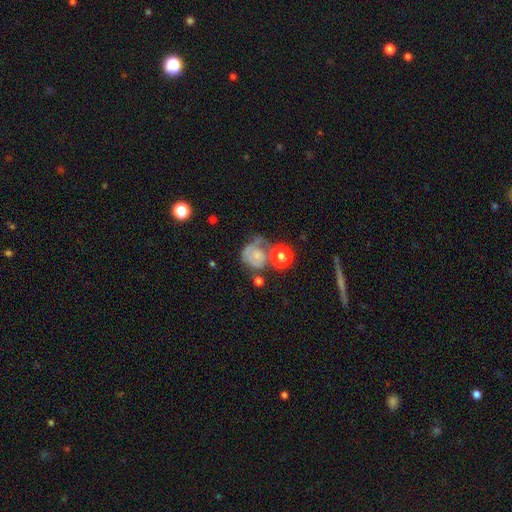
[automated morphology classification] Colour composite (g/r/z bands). It shows a smooth galaxy with no disk features (45%). Merging: none (33%).